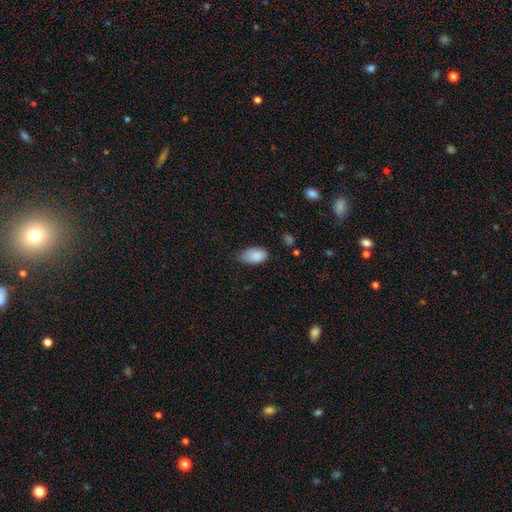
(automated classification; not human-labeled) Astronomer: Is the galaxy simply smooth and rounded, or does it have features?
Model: smooth — 86%.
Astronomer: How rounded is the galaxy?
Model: in between — 93%.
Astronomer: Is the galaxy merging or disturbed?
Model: none — 48% (runner-up: minor disturbance, 43%).